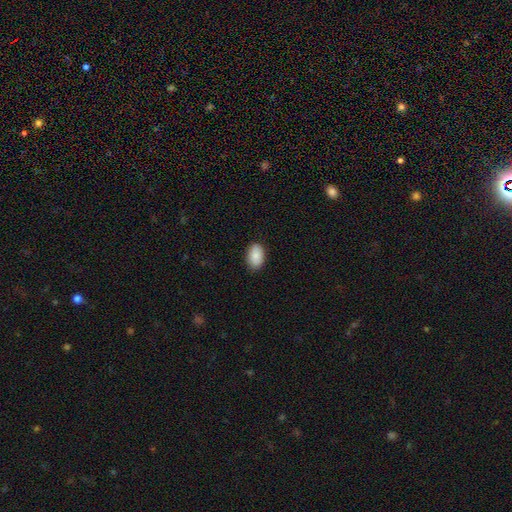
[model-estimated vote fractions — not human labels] A smooth galaxy with no disk features (88%) that is in between round and cigar-shaped (91%).

Vote fractions:
- Smooth or featured? smooth: 88% / star or artifact: 6% / featured or disk: 5%
- How rounded? in between: 91% / round: 8% / cigar-shaped: 1%
- Merging? none: 88% / minor disturbance: 9% / major disturbance: 2% / merger: 1%